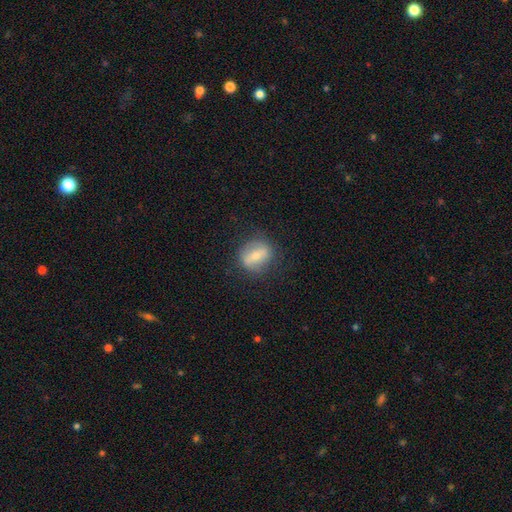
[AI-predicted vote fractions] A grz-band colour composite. It shows a smooth galaxy with no disk features (51%) that is round (52%). Merging: none (78%).